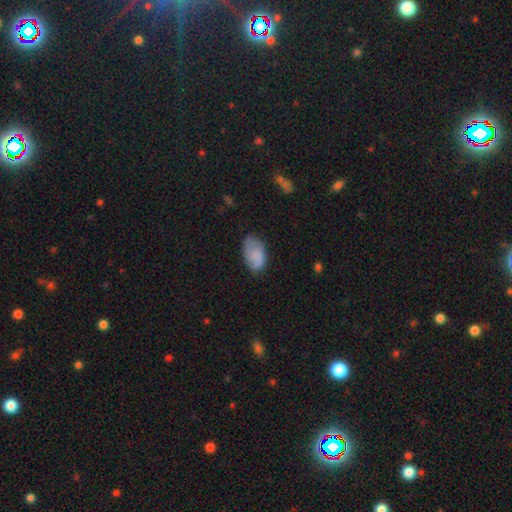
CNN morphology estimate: This appears to be a smooth galaxy with no disk features (74%) that is in between round and cigar-shaped (92%). Merging: none (66%).